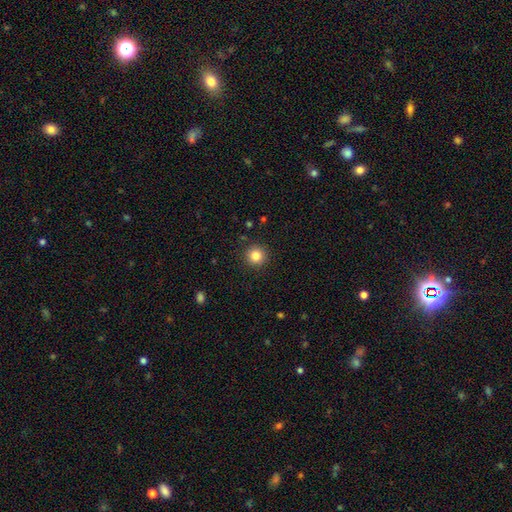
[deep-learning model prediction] The model was most divided on "smooth or featured": smooth: 84%, star or artifact: 11%, featured or disk: 5%. More confident: how rounded — round (95%); merging — none (91%).